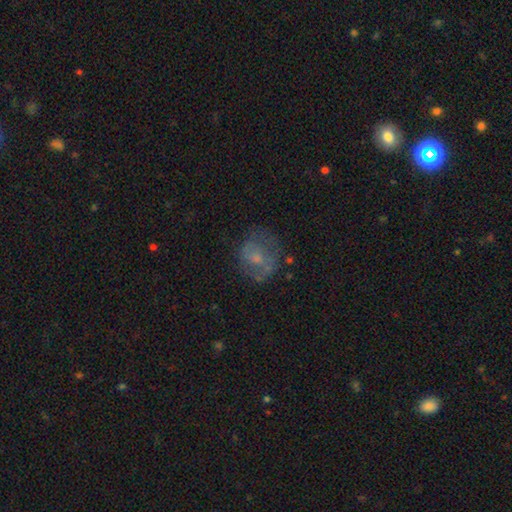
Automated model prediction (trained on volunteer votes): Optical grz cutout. It shows a smooth galaxy with no disk features (49%). Merging: none (53%).